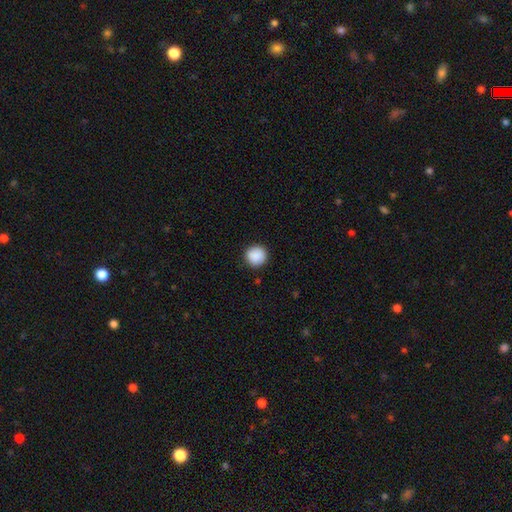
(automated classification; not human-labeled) Morphology: type=smooth (89%); roundness=round (94%); merging=none (89%).